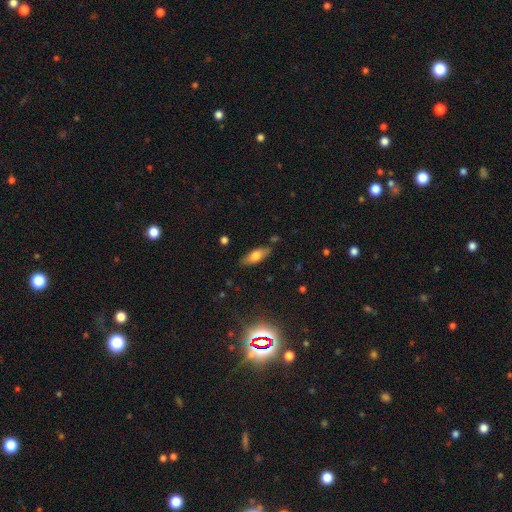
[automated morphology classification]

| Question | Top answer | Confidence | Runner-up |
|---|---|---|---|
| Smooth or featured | smooth | 68% | featured or disk (24%) |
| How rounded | in between | 70% | cigar-shaped (28%) |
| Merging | none | 82% | minor disturbance (13%) |